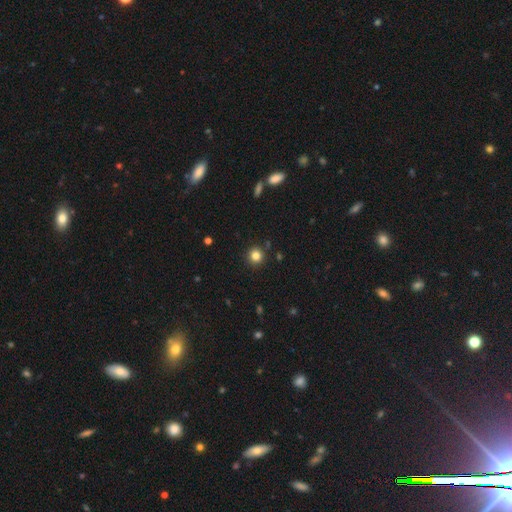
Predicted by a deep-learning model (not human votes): A smooth galaxy with no disk features (82%) that is round (94%). Merging: none (91%).